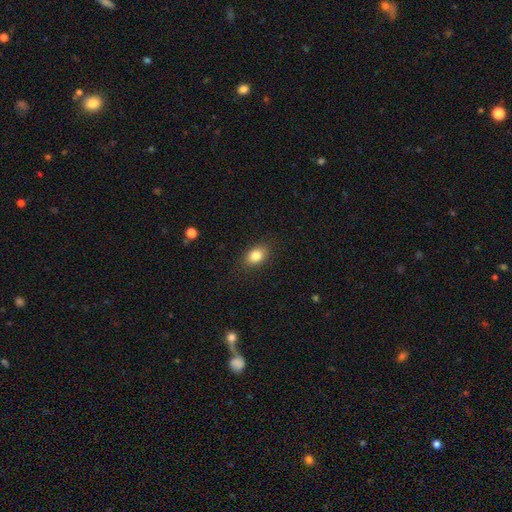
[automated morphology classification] This appears to be a smooth galaxy with no disk features (83%) that is in between round and cigar-shaped (78%). Merging: none (87%).